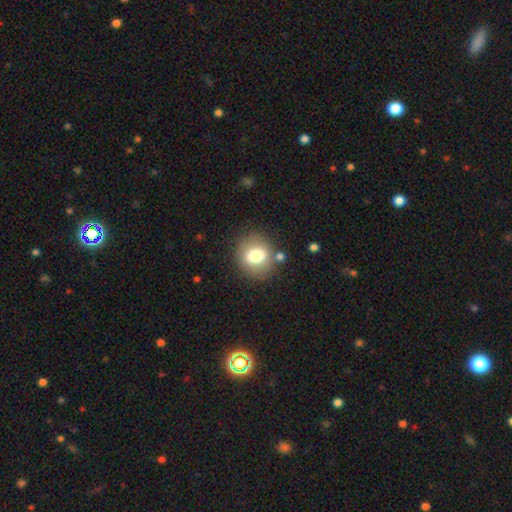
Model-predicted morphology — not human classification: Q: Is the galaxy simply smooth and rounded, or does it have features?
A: smooth — 71%.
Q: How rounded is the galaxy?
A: round — 73%.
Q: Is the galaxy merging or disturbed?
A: none — 80%.